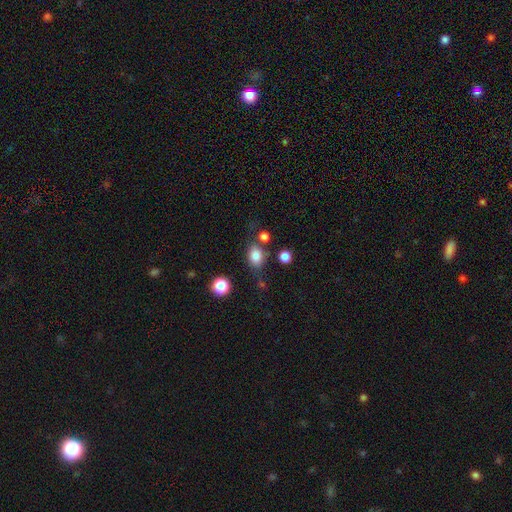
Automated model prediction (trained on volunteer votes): Smooth or featured? smooth (81%)
How rounded? in between (60%)
Merging? none (66%)